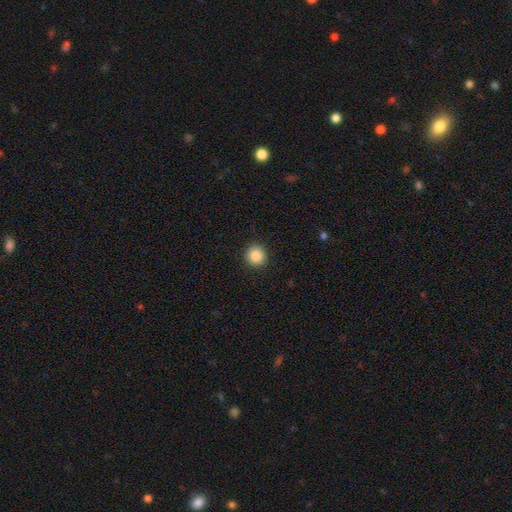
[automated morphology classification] Overall: smooth (86%). How rounded: round (93%). Merging: none (92%).